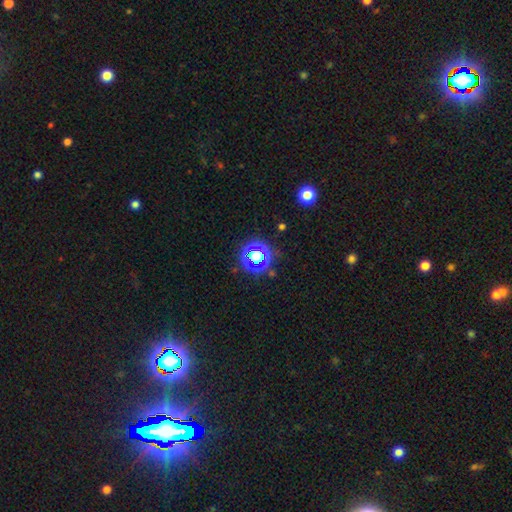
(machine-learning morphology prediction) The model was most divided on "smooth or featured": star or artifact: 63%, smooth: 26%, featured or disk: 11%.